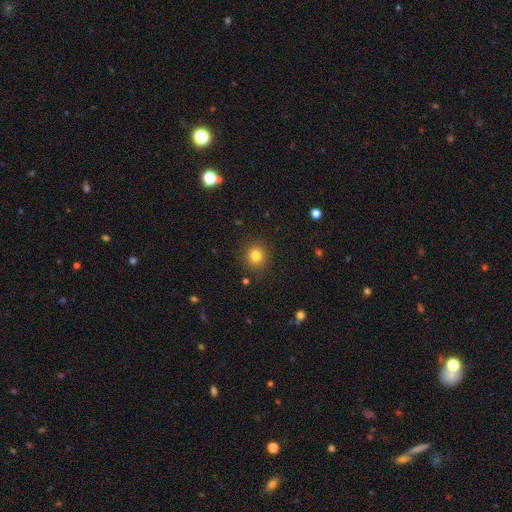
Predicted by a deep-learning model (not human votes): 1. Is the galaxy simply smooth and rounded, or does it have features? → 82% smooth, 12% star or artifact, 6% featured or disk.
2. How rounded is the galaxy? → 87% round, 12% in between, 1% cigar-shaped.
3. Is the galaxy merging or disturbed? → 88% none, 8% minor disturbance, 3% major disturbance, 1% merger.